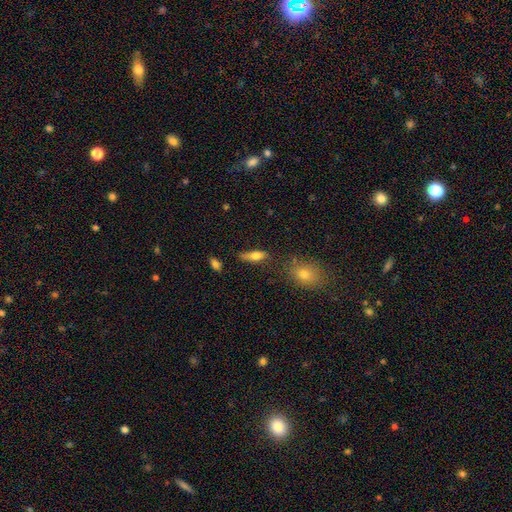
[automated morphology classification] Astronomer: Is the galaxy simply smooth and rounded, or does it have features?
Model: smooth — 69%.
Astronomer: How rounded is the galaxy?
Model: in between — 64%.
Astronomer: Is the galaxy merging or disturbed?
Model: none — 62%.